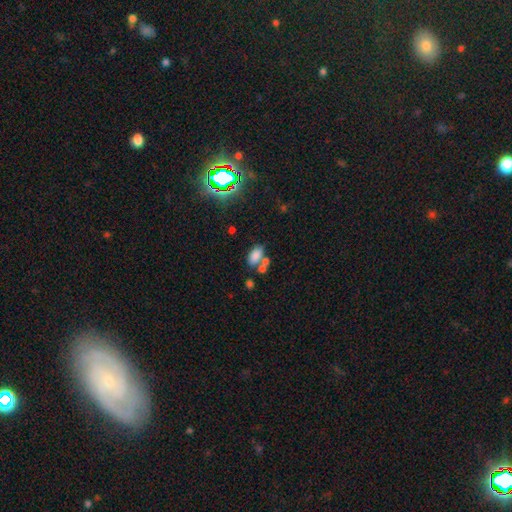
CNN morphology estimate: Smooth or featured? Predicted: smooth (p=0.78). How rounded? Predicted: in between (p=0.92). Merging? Predicted: none (p=0.48).